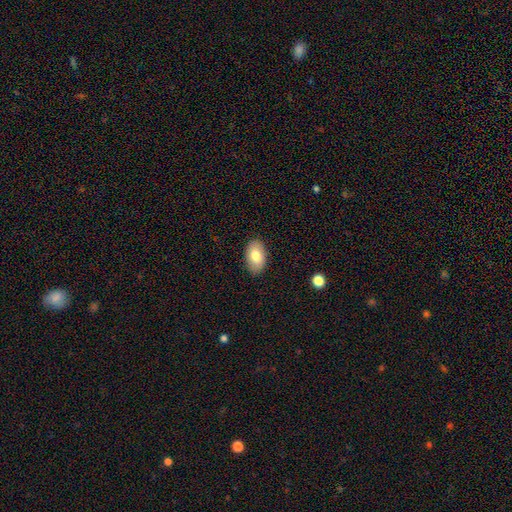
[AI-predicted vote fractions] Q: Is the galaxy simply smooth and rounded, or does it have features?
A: smooth — 79%.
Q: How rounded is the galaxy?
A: in between — 93%.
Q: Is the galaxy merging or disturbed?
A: none — 88%.